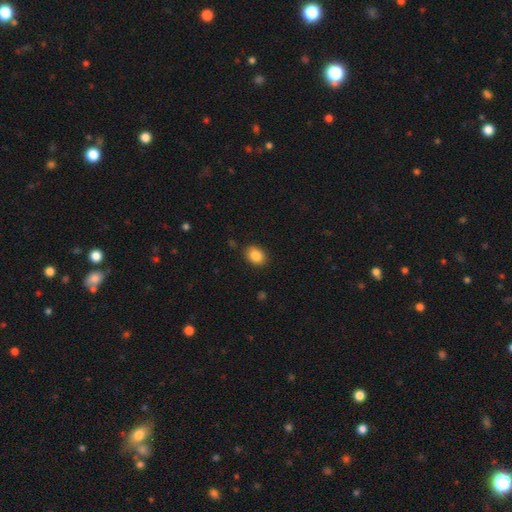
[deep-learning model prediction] Smooth or featured? smooth (87%)
How rounded? in between (62%)
Merging? none (88%)